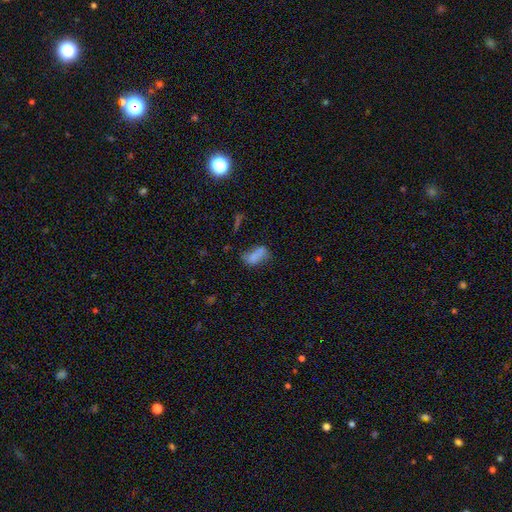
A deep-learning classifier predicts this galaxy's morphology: Smooth or featured? smooth (72%)
How rounded? in between (88%)
Merging? none (44%)